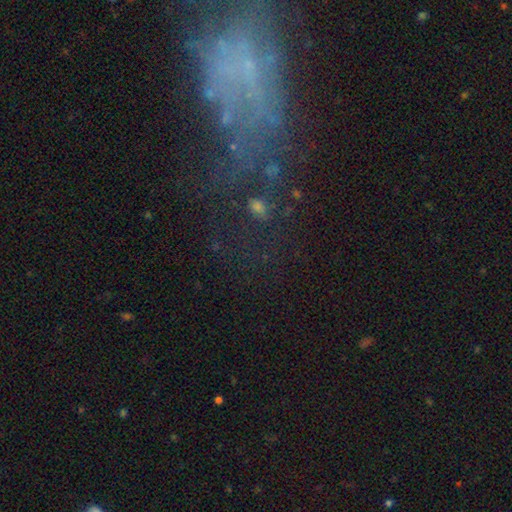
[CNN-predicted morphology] Smooth or featured? Predicted: featured or disk (p=0.42). Merging? Predicted: none (p=0.39).